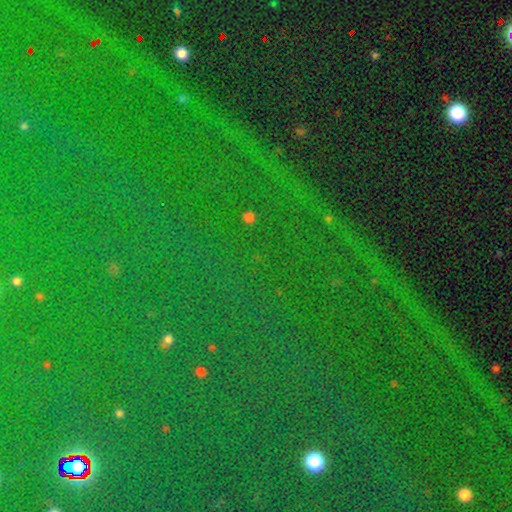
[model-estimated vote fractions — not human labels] This appears to be a star or artifact, not a galaxy (84%).